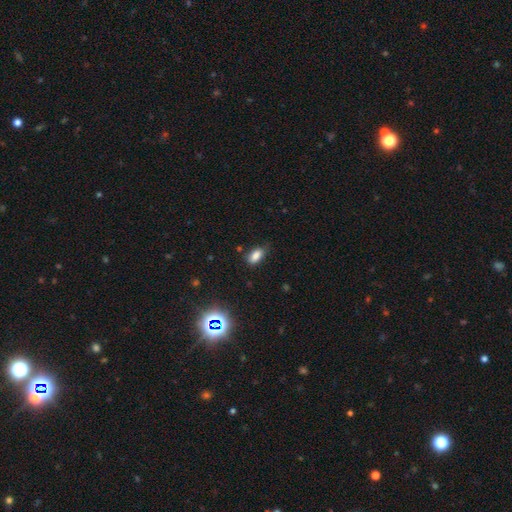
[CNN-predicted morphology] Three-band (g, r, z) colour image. It shows a smooth galaxy with no disk features (82%) that is in between round and cigar-shaped (88%). Merging: none (68%).